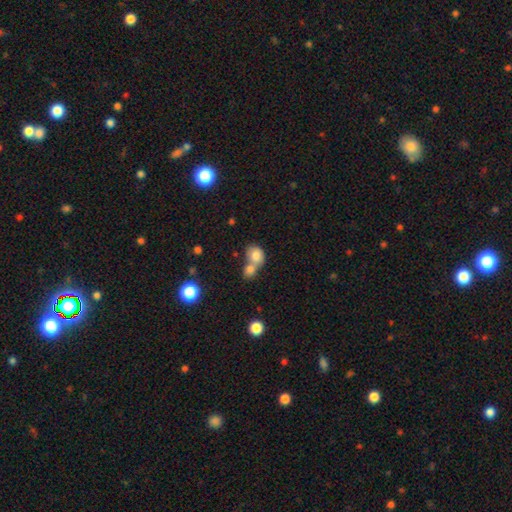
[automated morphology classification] Smooth or featured? smooth (79%)
How rounded? round (60%)
Merging? merger (64%)